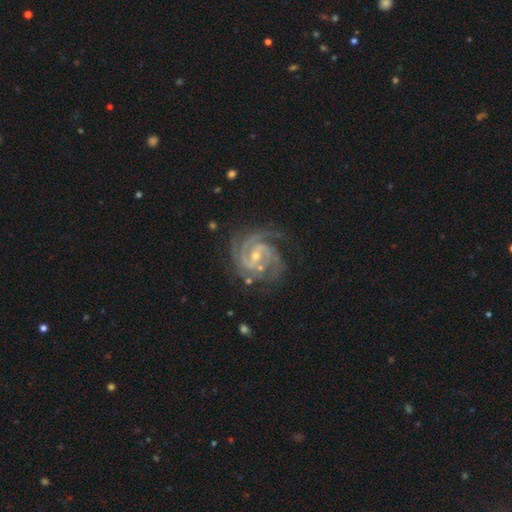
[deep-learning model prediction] smooth_or_featured: featured or disk (p=0.92) [alt: star or artifact p=0.05]
disk_edge_on: no (p=0.98) [alt: yes p=0.02]
bar: weak (p=0.45) [alt: no p=0.35]
has_spiral_arms: yes (p=0.99) [alt: no p=0.01]
spiral_winding: tight (p=0.67) [alt: medium p=0.30]
spiral_arm_count: 3 (p=0.38) [alt: 2 p=0.33]
bulge_size: small (p=0.60) [alt: moderate p=0.37]
merging: none (p=0.70) [alt: minor disturbance p=0.19]